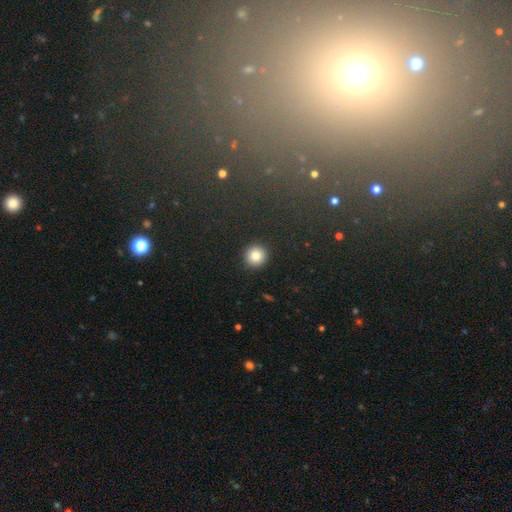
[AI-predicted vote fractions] Morphology: type=smooth (84%); roundness=round (95%); merging=none (93%).